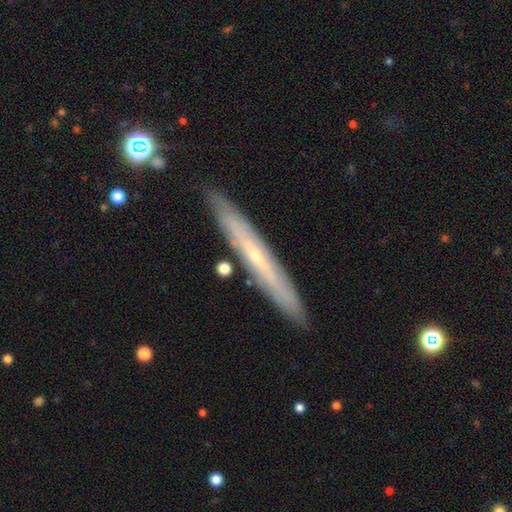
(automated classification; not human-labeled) This appears to be a featured or disk galaxy (65%) viewed edge-on (85%) with no central bulge (54%). Merging: none (87%).